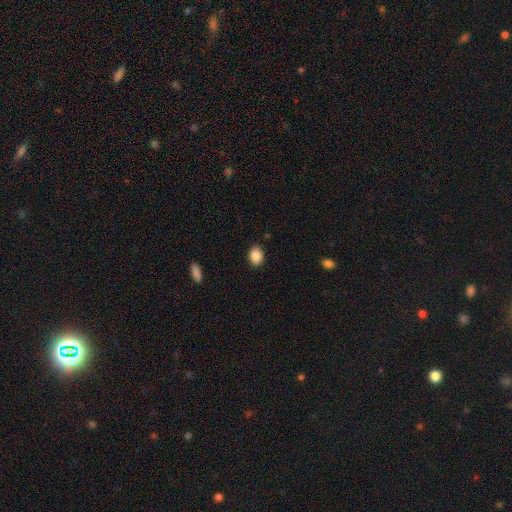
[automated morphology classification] Smooth or featured? Predicted: smooth (p=0.88). How rounded? Predicted: in between (p=0.71). Merging? Predicted: none (p=0.87).